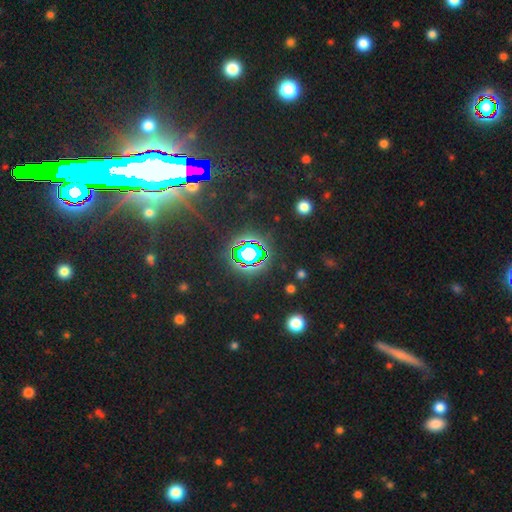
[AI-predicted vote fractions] Overall: star or artifact (78%).